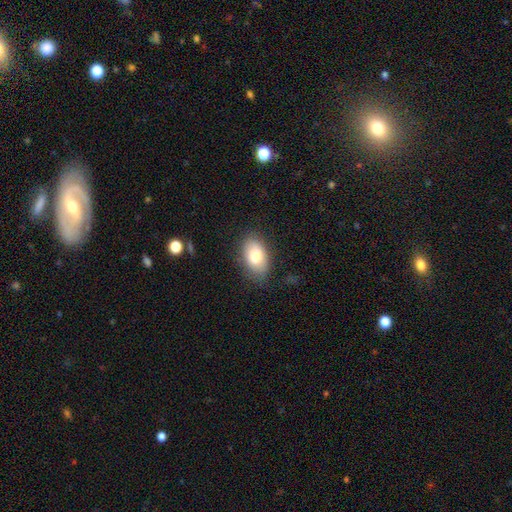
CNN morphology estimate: A smooth galaxy with no disk features (79%) that is in between round and cigar-shaped (92%). Merging: none (79%).